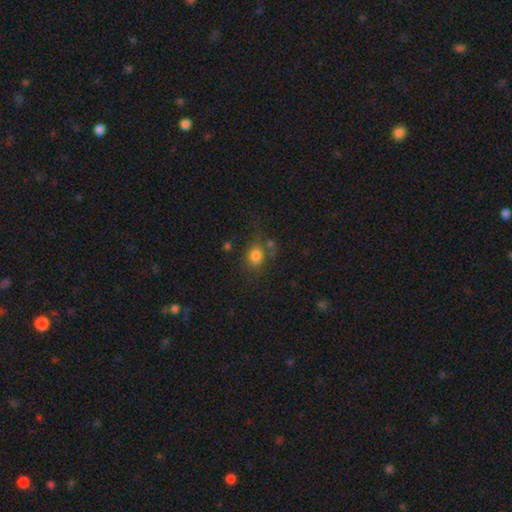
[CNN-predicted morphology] smooth 78%, star or artifact 12%, featured or disk 10%. Down the decision tree: how rounded — round (61%); merging — none (58%).